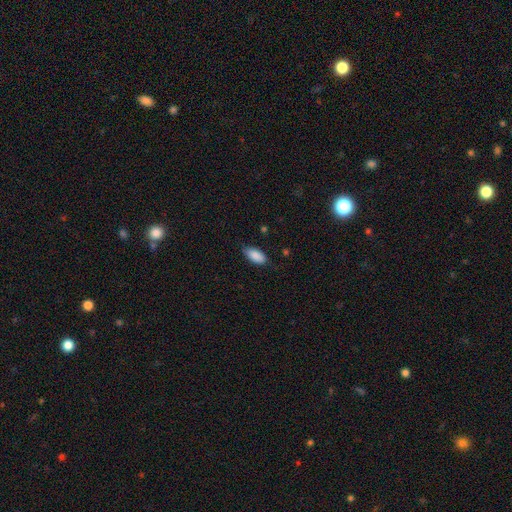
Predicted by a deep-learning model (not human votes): Smooth or featured: smooth — 89% (star or artifact — 6%)
How rounded: in between — 91% (cigar-shaped — 6%)
Merging: none — 73% (minor disturbance — 22%)